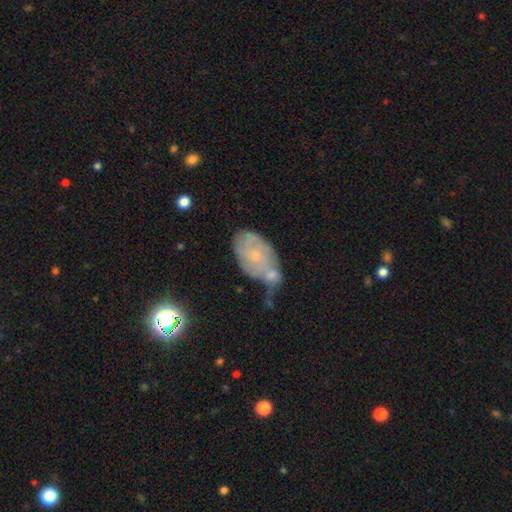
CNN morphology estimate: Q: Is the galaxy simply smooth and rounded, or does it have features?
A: featured or disk — 51%.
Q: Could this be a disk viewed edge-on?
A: no — 94%.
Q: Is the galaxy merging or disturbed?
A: none — 32%.